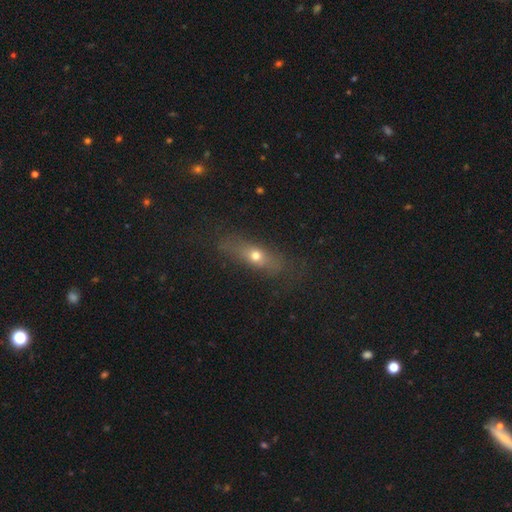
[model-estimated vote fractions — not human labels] Smooth or featured?
  - smooth: 58% *
  - featured or disk: 30%
  - star or artifact: 12%
How rounded?
  - in between: 45% *
  - cigar-shaped: 44%
  - round: 11%
Merging?
  - none: 72% *
  - minor disturbance: 17%
  - major disturbance: 9%
  - merger: 2%